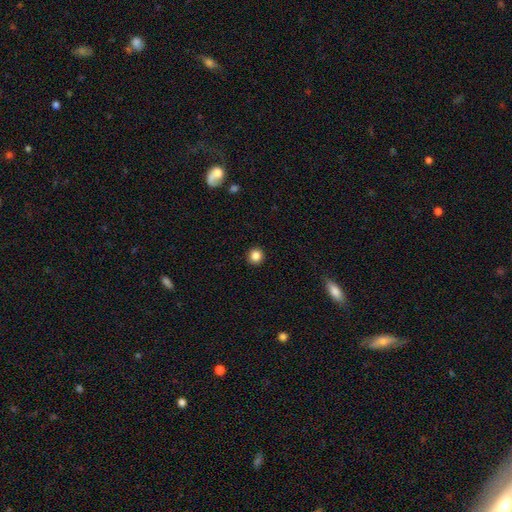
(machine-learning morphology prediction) Q: Smooth or featured?
A: smooth (85%); runner-up: star or artifact (11%)
Q: How rounded?
A: round (95%); runner-up: in between (4%)
Q: Merging?
A: none (93%); runner-up: minor disturbance (4%)